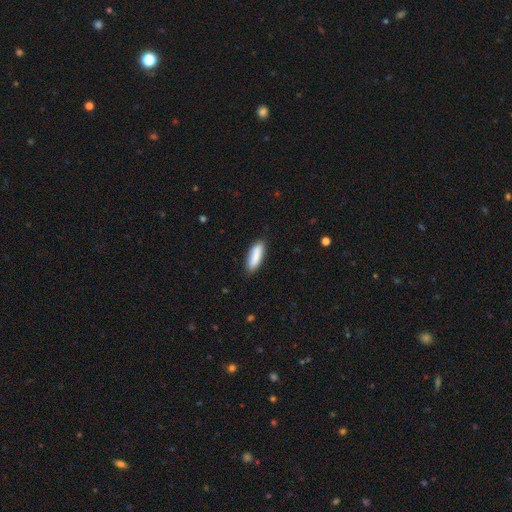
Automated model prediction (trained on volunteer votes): A smooth galaxy with no disk features (86%) that is in between round and cigar-shaped (51%).

Vote fractions:
- Smooth or featured? smooth: 86% / featured or disk: 8% / star or artifact: 6%
- How rounded? in between: 51% / cigar-shaped: 48% / round: 2%
- Merging? none: 83% / minor disturbance: 13% / major disturbance: 2% / merger: 2%